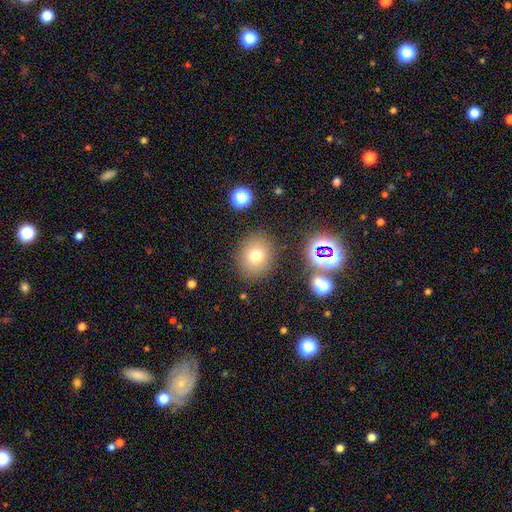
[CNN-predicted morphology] Smooth or featured?
  - smooth: 73% *
  - star or artifact: 16%
  - featured or disk: 11%
How rounded?
  - round: 72% *
  - in between: 27%
  - cigar-shaped: 1%
Merging?
  - none: 84% *
  - minor disturbance: 9%
  - major disturbance: 4%
  - merger: 3%